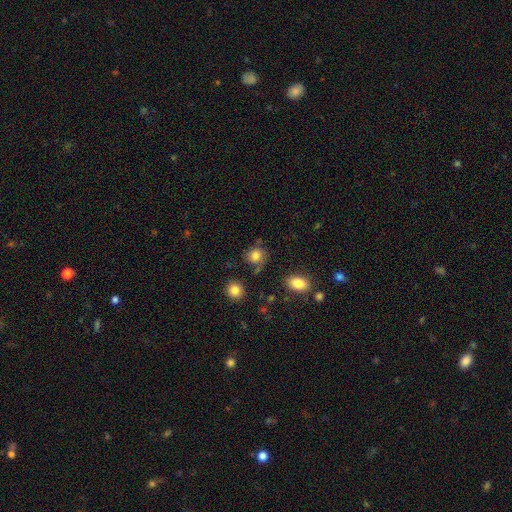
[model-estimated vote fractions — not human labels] This appears to be a smooth galaxy with no disk features (79%) that is round (76%). Merging: none (67%).